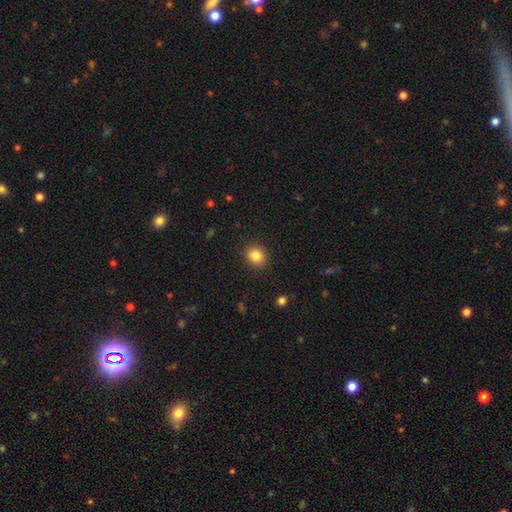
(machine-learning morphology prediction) smooth-or-featured: smooth: 85% | star or artifact: 10% | featured or disk: 5%
  how-rounded: round: 76% | in between: 23% | cigar-shaped: 1%
  merging: none: 90% | minor disturbance: 7% | major disturbance: 2% | merger: 1%